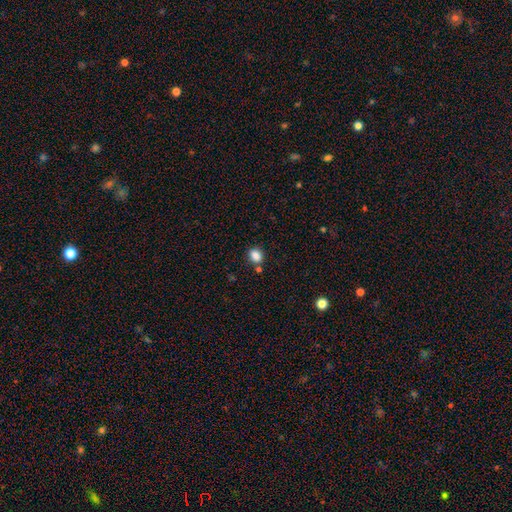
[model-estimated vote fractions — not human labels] smooth 85%, star or artifact 11%, featured or disk 4%. Down the decision tree: how rounded — in between (52%); merging — none (73%).